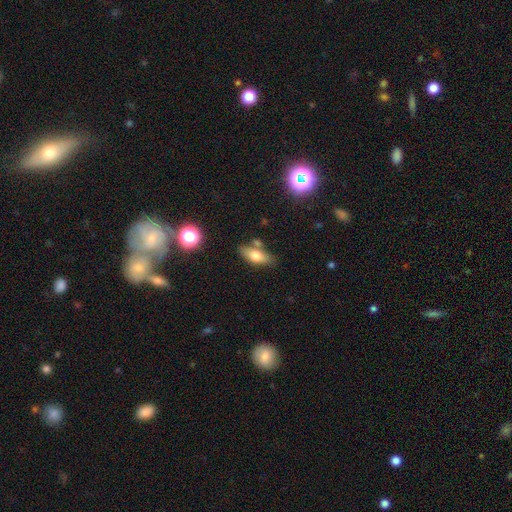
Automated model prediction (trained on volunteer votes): Overall: smooth (63%; featured or disk 28%). How rounded: in between (71%). Merging: none (70%).